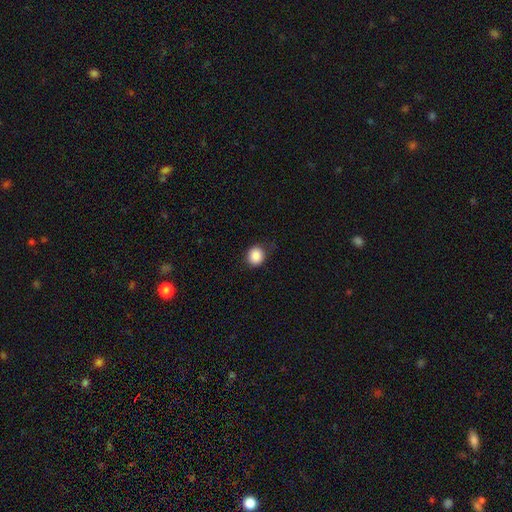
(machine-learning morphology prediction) Q: Smooth or featured?
A: smooth (88%); runner-up: star or artifact (9%)
Q: How rounded?
A: round (82%); runner-up: in between (17%)
Q: Merging?
A: none (82%); runner-up: minor disturbance (13%)